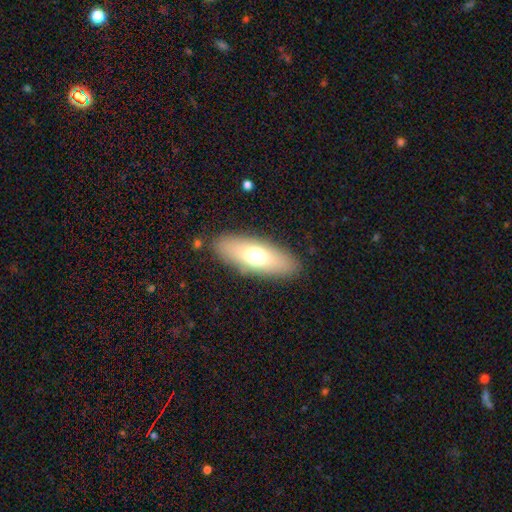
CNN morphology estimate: Smooth or featured: smooth — 64% (featured or disk — 27%)
How rounded: in between — 69% (cigar-shaped — 26%)
Merging: none — 86% (minor disturbance — 9%)